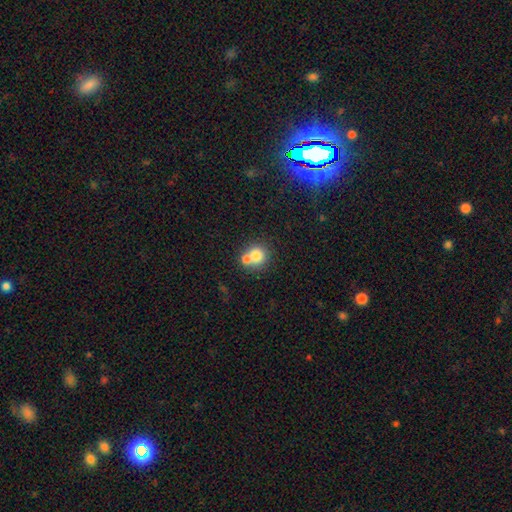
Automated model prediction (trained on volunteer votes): Q: Smooth or featured?
A: smooth (76%); runner-up: featured or disk (14%)
Q: How rounded?
A: round (86%); runner-up: in between (13%)
Q: Merging?
A: merger (48%); runner-up: none (42%)